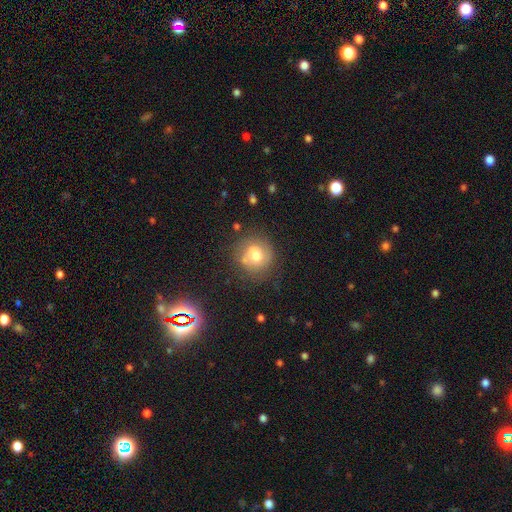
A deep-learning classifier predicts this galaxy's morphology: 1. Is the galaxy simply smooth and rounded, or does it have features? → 60% smooth, 30% featured or disk, 10% star or artifact.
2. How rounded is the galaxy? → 86% round, 13% in between, 1% cigar-shaped.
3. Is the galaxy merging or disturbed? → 67% none, 17% minor disturbance, 9% merger, 6% major disturbance.